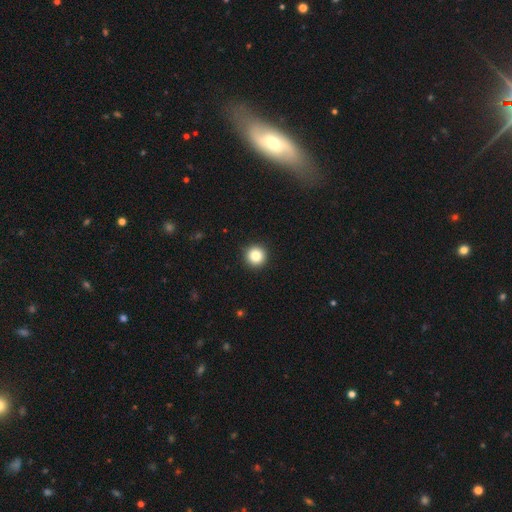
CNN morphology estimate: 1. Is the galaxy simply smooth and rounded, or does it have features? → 84% smooth, 10% star or artifact, 5% featured or disk.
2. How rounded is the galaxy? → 96% round, 3% in between, 1% cigar-shaped.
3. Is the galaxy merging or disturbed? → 93% none, 4% minor disturbance, 1% major disturbance, 1% merger.